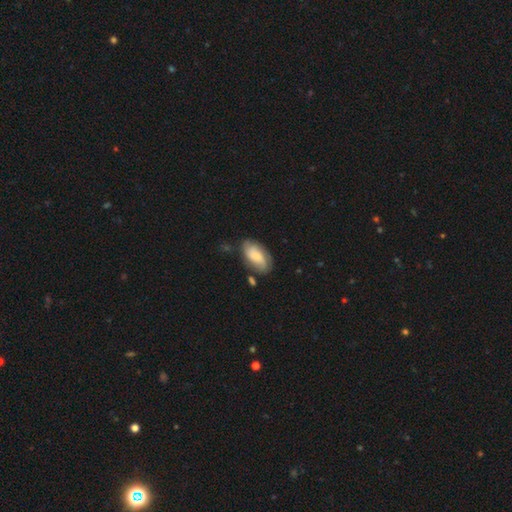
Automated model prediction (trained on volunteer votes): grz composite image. It shows a smooth galaxy with no disk features (55%) that is in between round and cigar-shaped (91%). Merging: none (69%).